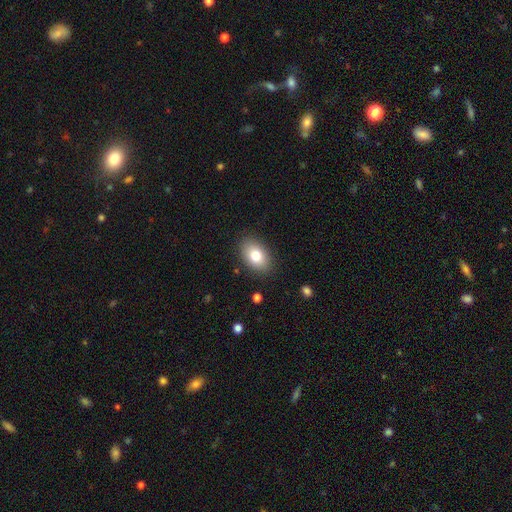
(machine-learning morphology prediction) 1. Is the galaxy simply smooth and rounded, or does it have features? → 80% smooth, 12% featured or disk, 8% star or artifact.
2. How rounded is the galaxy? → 86% in between, 13% round, 1% cigar-shaped.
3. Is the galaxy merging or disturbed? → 87% none, 10% minor disturbance, 3% major disturbance, 1% merger.